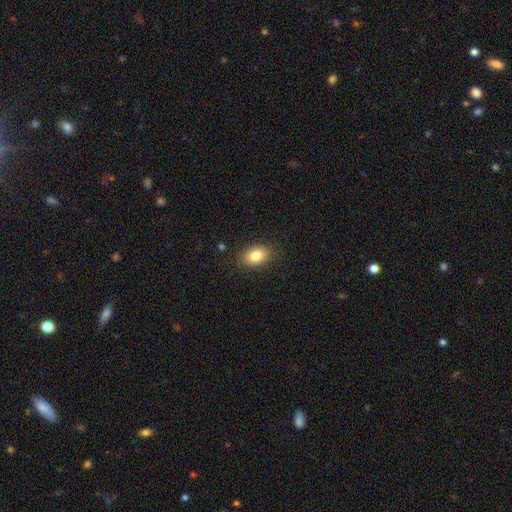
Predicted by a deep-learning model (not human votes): Smooth or featured? smooth (83%)
How rounded? in between (84%)
Merging? none (87%)